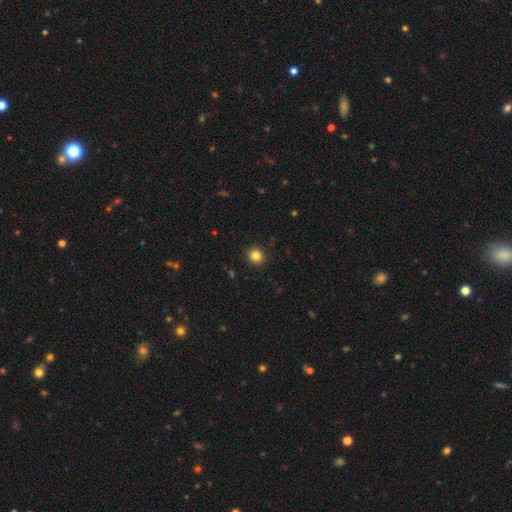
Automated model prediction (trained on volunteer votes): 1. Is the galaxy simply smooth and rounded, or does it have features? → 83% smooth, 12% star or artifact, 5% featured or disk.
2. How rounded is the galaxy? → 92% round, 7% in between, 1% cigar-shaped.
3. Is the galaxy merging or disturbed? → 92% none, 5% minor disturbance, 2% major disturbance, 1% merger.